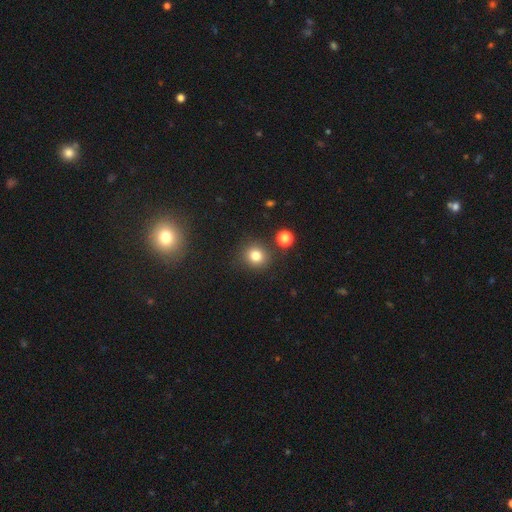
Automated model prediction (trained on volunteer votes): Overall: smooth (81%). How rounded: round (87%). Merging: none (83%).